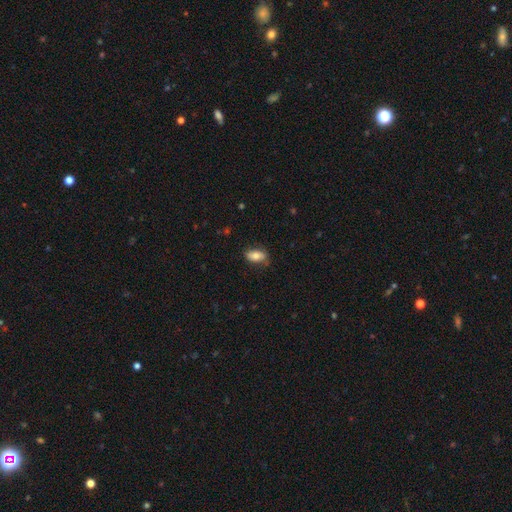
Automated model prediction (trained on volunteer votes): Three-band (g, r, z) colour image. It shows a smooth galaxy with no disk features (75%) that is in between round and cigar-shaped (89%). Merging: none (74%).